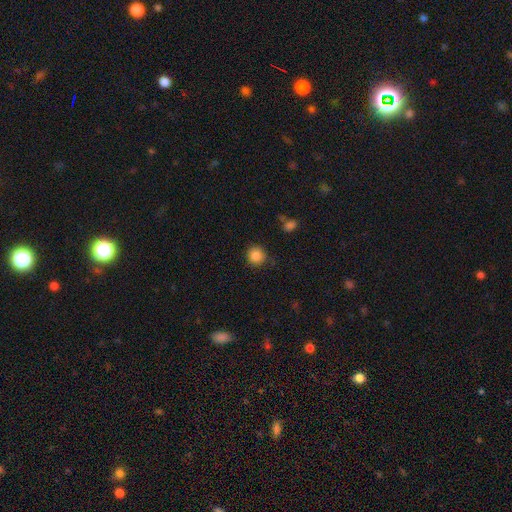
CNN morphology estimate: Smooth or featured: smooth — 85% (star or artifact — 10%)
How rounded: round — 93% (in between — 6%)
Merging: none — 87% (minor disturbance — 9%)